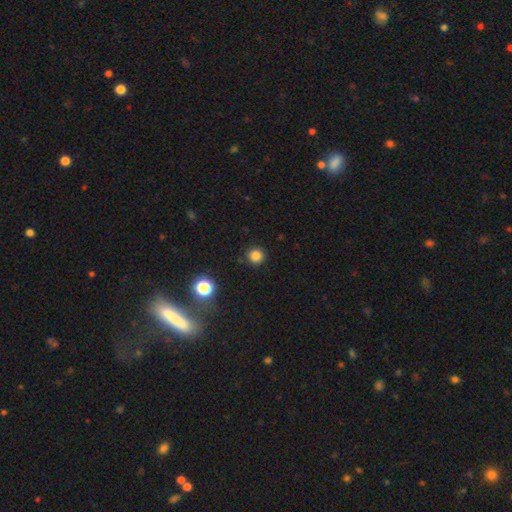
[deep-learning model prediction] Smooth or featured? Predicted: smooth (p=0.82). How rounded? Predicted: round (p=0.95). Merging? Predicted: none (p=0.91).